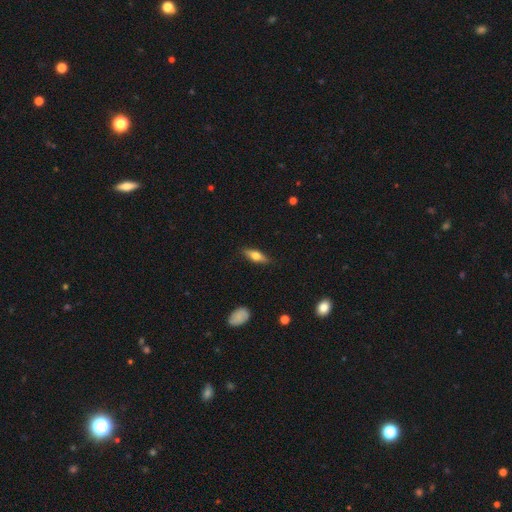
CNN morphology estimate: A smooth galaxy with no disk features (50%) that is in between round and cigar-shaped (49%).

Vote fractions:
- Smooth or featured? smooth: 50% / featured or disk: 43% / star or artifact: 7%
- How rounded? in between: 49% / cigar-shaped: 47% / round: 4%
- Merging? none: 86% / minor disturbance: 10% / major disturbance: 2% / merger: 1%